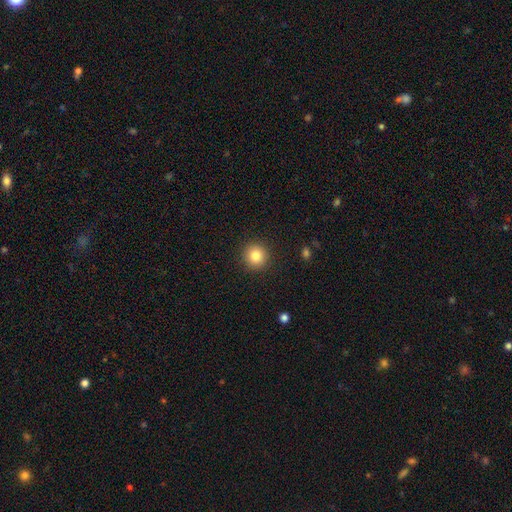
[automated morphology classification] A smooth galaxy with no disk features (83%) that is round (93%). Merging: none (92%).